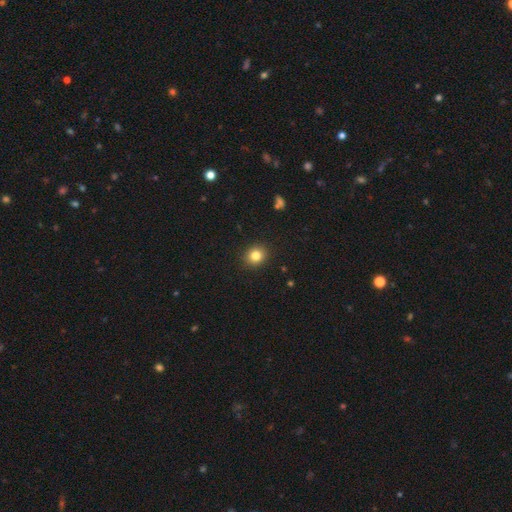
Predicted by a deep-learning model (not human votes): Smooth or featured: smooth — 82% (star or artifact — 11%)
How rounded: round — 78% (in between — 21%)
Merging: none — 91% (minor disturbance — 6%)